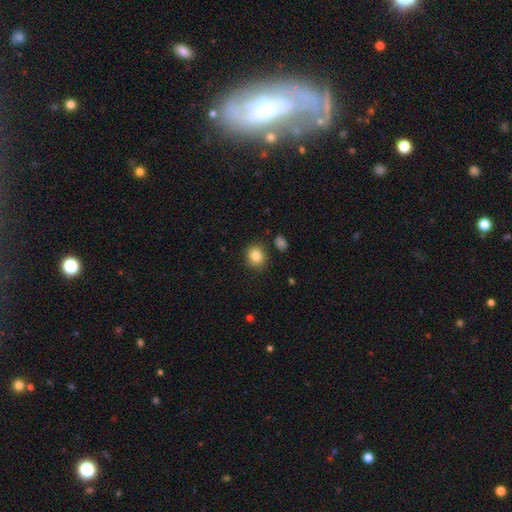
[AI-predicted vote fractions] This is clearly a smooth galaxy (85%). How rounded: likely round (76%). Merging: clearly none (85%).